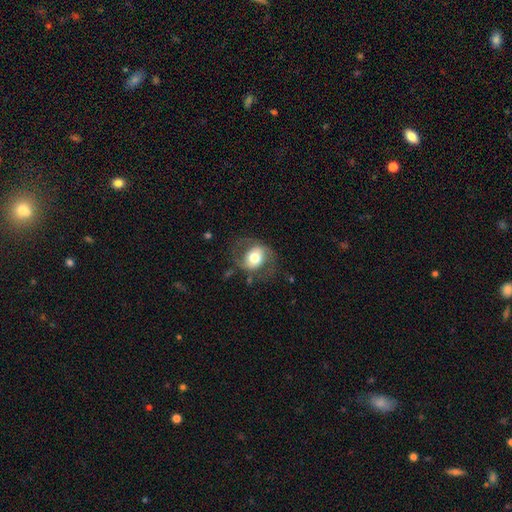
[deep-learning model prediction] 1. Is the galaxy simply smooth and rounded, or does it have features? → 51% featured or disk, 41% smooth, 8% star or artifact.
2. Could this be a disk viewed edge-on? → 95% no, 5% yes.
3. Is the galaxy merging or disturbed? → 62% none, 20% minor disturbance, 17% major disturbance, 2% merger.